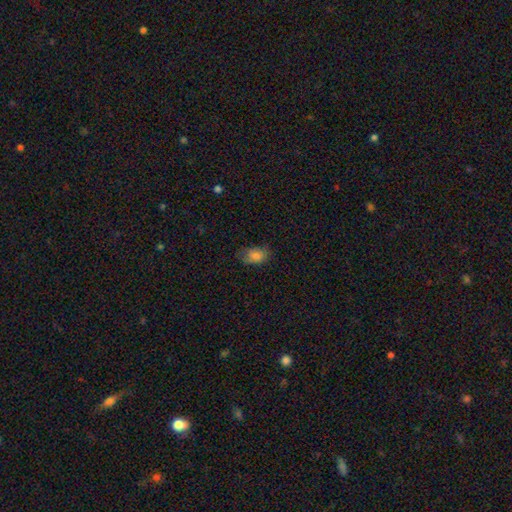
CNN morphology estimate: Q: Smooth or featured?
A: smooth (82%); runner-up: star or artifact (10%)
Q: How rounded?
A: in between (84%); runner-up: round (15%)
Q: Merging?
A: none (67%); runner-up: minor disturbance (25%)